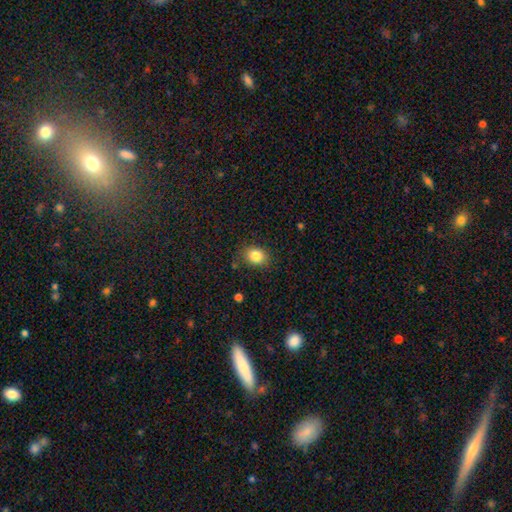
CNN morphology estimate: Q: Smooth or featured?
A: smooth (84%); runner-up: star or artifact (10%)
Q: How rounded?
A: in between (51%); runner-up: round (48%)
Q: Merging?
A: none (83%); runner-up: minor disturbance (12%)